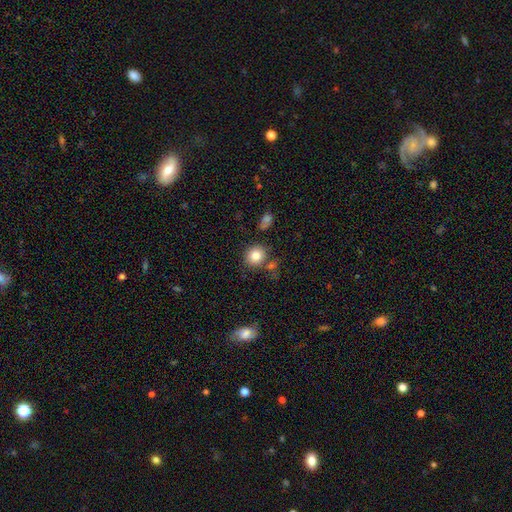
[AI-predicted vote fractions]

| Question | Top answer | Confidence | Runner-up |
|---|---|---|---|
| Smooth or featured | smooth | 82% | star or artifact (10%) |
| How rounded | round | 79% | in between (20%) |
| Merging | none | 75% | minor disturbance (12%) |